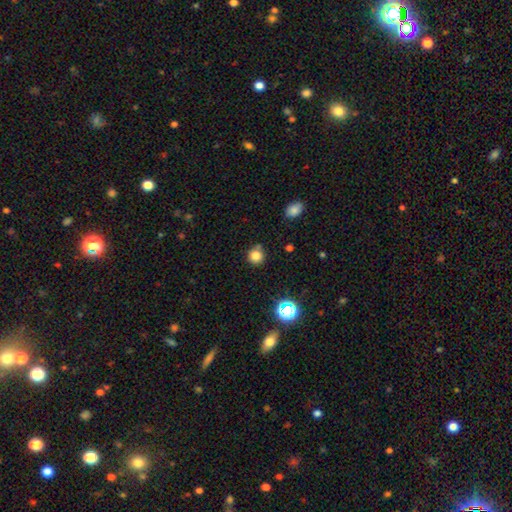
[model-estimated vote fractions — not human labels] Overall: smooth (80%). How rounded: round (90%). Merging: none (75%).